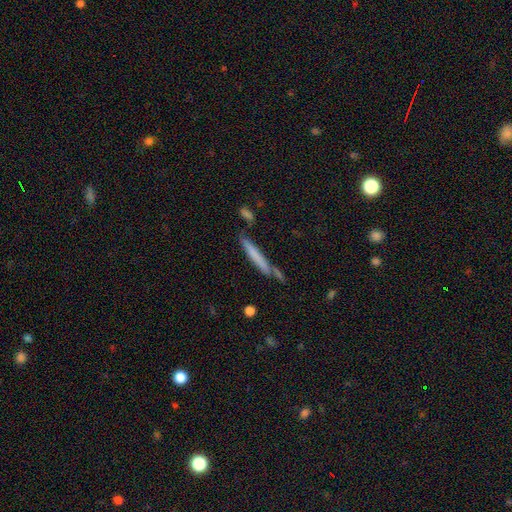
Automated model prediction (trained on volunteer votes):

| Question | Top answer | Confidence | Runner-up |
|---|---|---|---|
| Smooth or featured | smooth | 63% | featured or disk (30%) |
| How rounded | cigar-shaped | 95% | in between (3%) |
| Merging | none | 71% | minor disturbance (15%) |